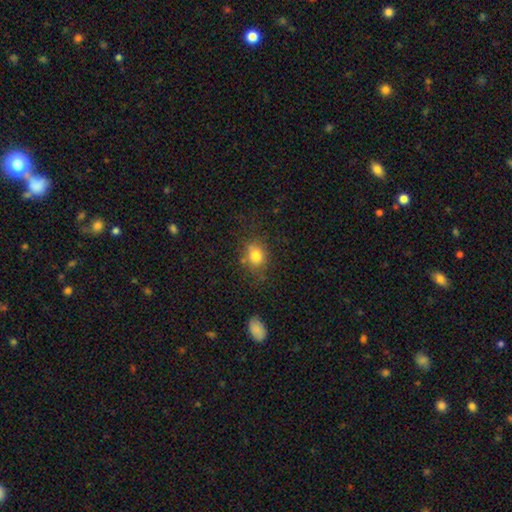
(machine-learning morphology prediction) type=smooth (80%); roundness=round (58%); merging=none (72%).